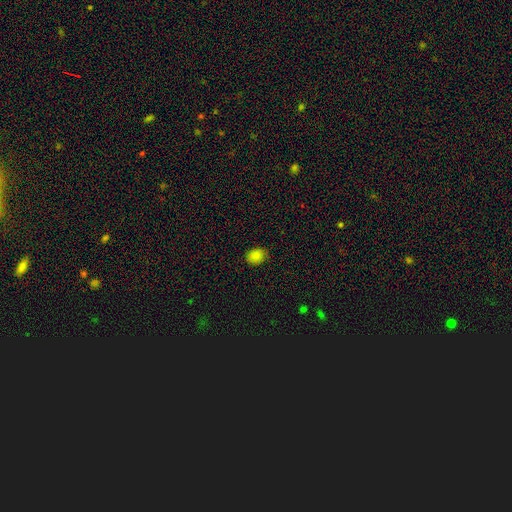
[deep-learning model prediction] The model was most divided on "how rounded": round: 50%, in between: 49%, cigar-shaped: 1%. More confident: merging — none (84%); smooth or featured — smooth (84%).